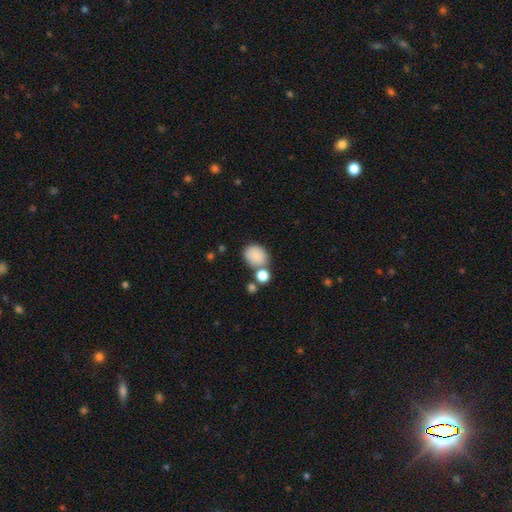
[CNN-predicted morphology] This appears to be a smooth galaxy with no disk features (85%) that is in between round and cigar-shaped (52%). Merging: none (61%).